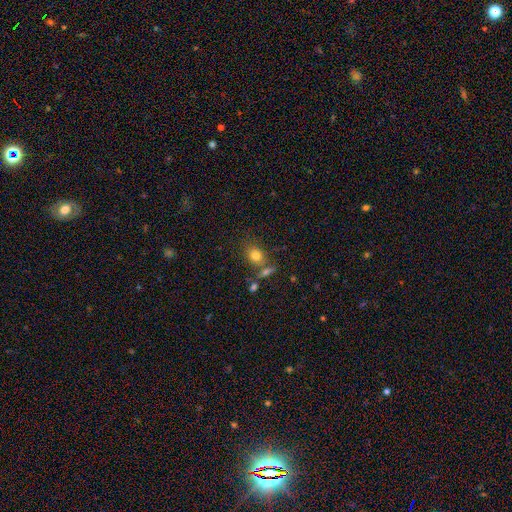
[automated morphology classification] A smooth galaxy with no disk features (77%) that is round (50%).

Vote fractions:
- Smooth or featured? smooth: 77% / star or artifact: 12% / featured or disk: 11%
- How rounded? round: 50% / in between: 48% / cigar-shaped: 2%
- Merging? none: 61% / merger: 21% / minor disturbance: 13% / major disturbance: 5%